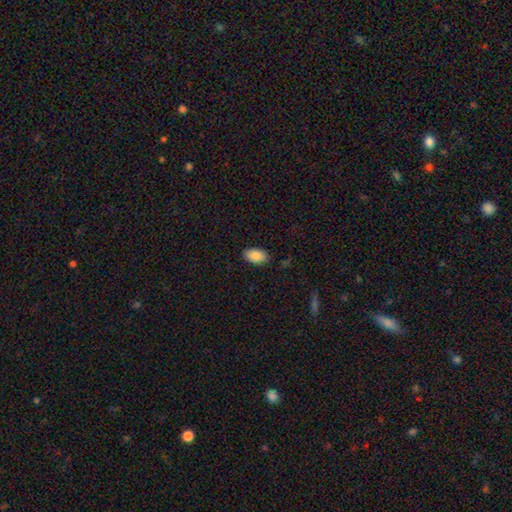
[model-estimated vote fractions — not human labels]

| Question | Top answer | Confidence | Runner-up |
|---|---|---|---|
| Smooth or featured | smooth | 88% | star or artifact (7%) |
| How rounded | in between | 94% | round (5%) |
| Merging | none | 86% | minor disturbance (10%) |